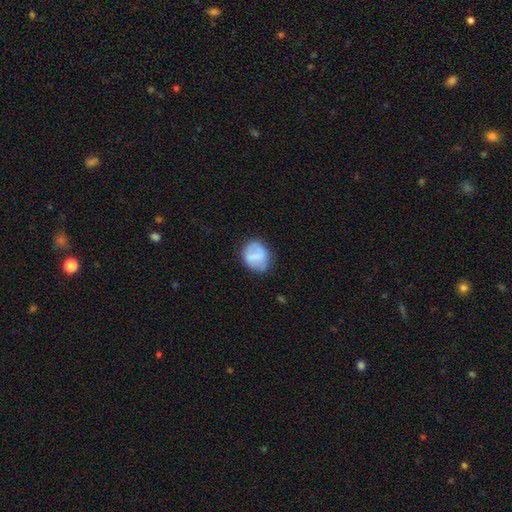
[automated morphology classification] Smooth or featured?
  - smooth: 62% *
  - featured or disk: 30%
  - star or artifact: 7%
How rounded?
  - round: 60% *
  - in between: 39%
  - cigar-shaped: 1%
Merging?
  - none: 69% *
  - minor disturbance: 21%
  - major disturbance: 8%
  - merger: 2%